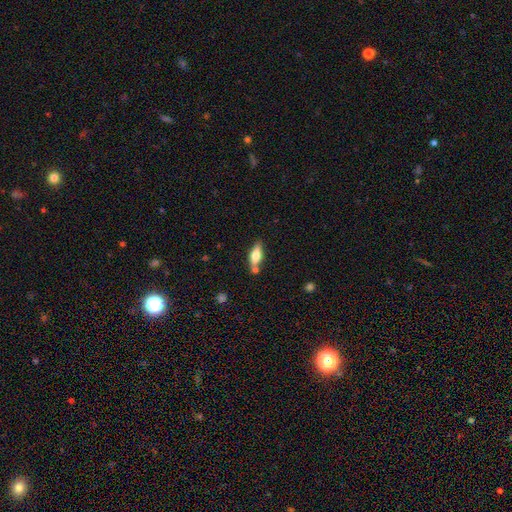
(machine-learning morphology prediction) Smooth or featured? Predicted: smooth (p=0.56). How rounded? Predicted: in between (p=0.65). Merging? Predicted: none (p=0.70).